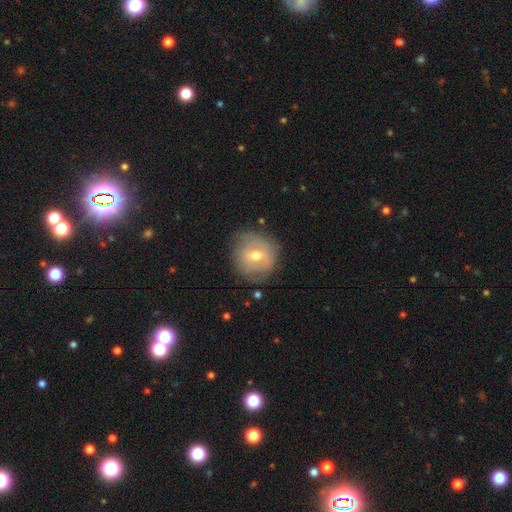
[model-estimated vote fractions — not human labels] A smooth galaxy with no disk features (46%). Merging: none (72%).